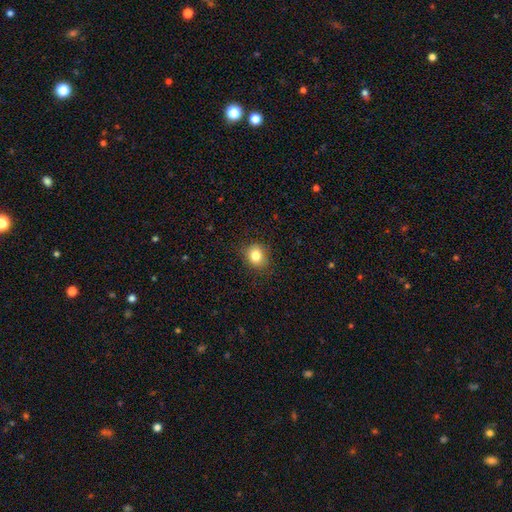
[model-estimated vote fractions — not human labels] This appears to be a smooth galaxy with no disk features (83%) that is round (70%). Merging: none (86%).